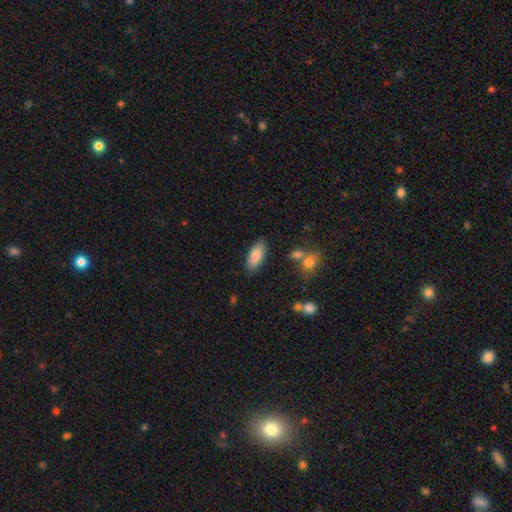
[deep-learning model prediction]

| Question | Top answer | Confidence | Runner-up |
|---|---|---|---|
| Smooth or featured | smooth | 86% | featured or disk (7%) |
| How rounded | in between | 85% | cigar-shaped (13%) |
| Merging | none | 83% | minor disturbance (12%) |